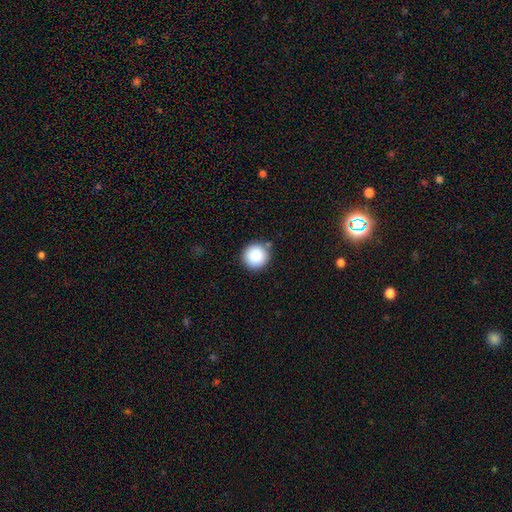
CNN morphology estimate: The model was most divided on "merging": none: 85%, minor disturbance: 9%, merger: 3%, major disturbance: 2%. More confident: how rounded — round (95%); smooth or featured — smooth (86%).